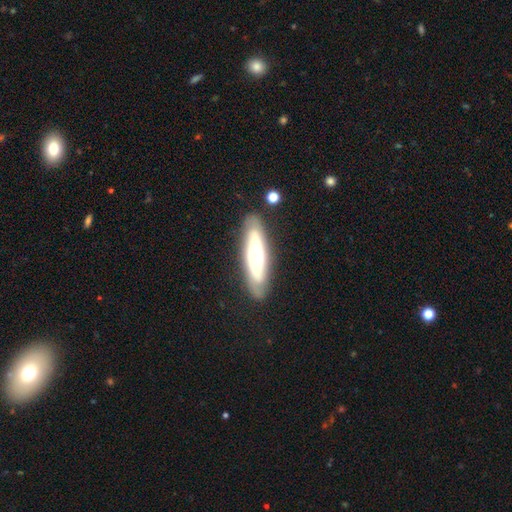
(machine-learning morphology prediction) Q: Smooth or featured?
A: smooth (47%); runner-up: featured or disk (46%)
Q: Merging?
A: none (81%); runner-up: minor disturbance (12%)